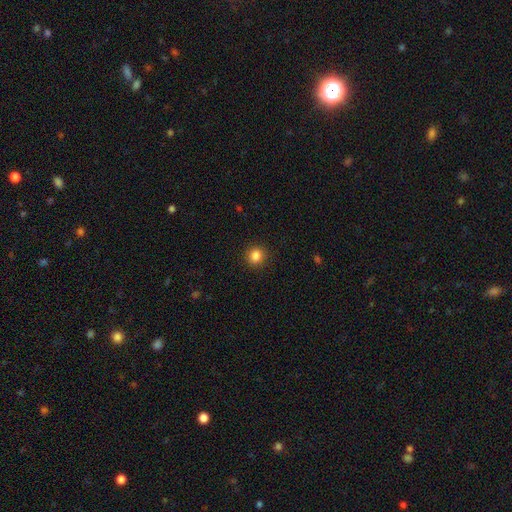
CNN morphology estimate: This is clearly a smooth galaxy (86%). How rounded: clearly round (87%). Merging: clearly none (91%).